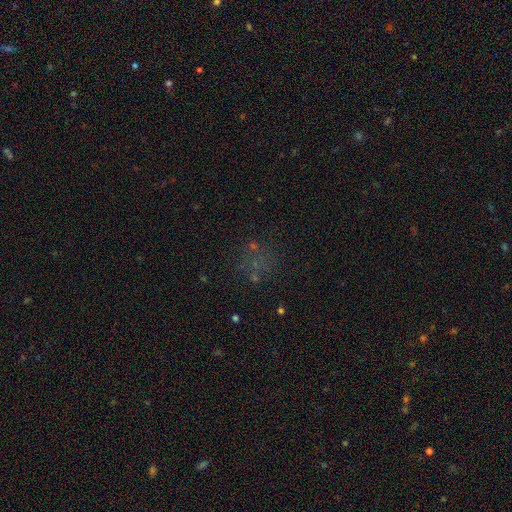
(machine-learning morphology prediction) The model was most divided on "smooth or featured": star or artifact: 45%, smooth: 35%, featured or disk: 20%.